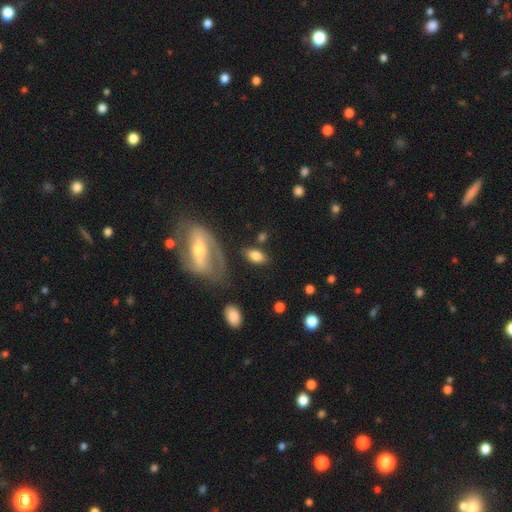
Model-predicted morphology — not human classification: Smooth or featured? Predicted: smooth (p=0.75). How rounded? Predicted: in between (p=0.88). Merging? Predicted: none (p=0.76).